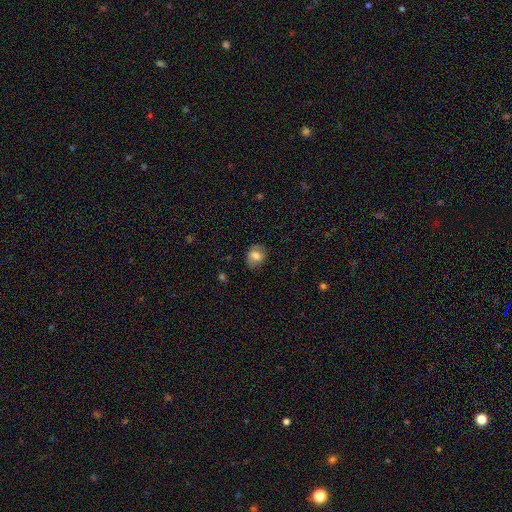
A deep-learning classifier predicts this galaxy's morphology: This is likely a smooth galaxy (75%). How rounded: possibly round (56%). Merging: likely none (80%).